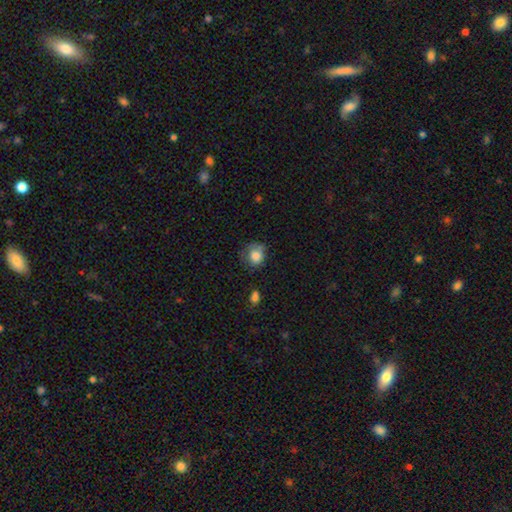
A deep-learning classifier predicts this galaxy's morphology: smooth 80%, featured or disk 11%, star or artifact 9%. Down the decision tree: how rounded — round (74%); merging — none (51%).